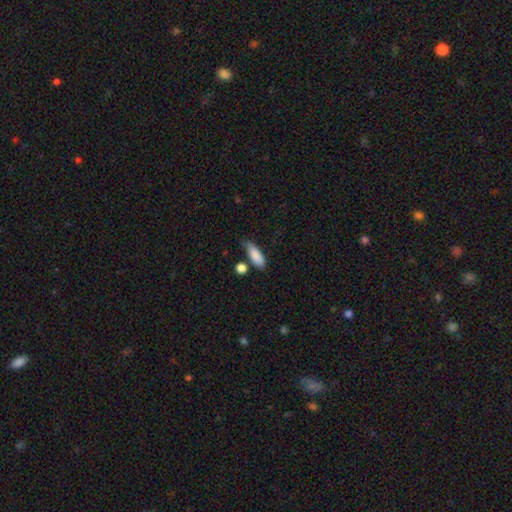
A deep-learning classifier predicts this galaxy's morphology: The model was most divided on "merging": none: 59%, minor disturbance: 25%, merger: 10%, major disturbance: 6%. More confident: smooth or featured — smooth (86%); how rounded — in between (69%).